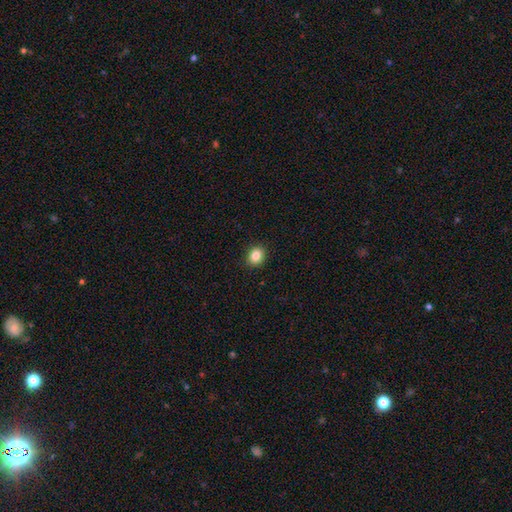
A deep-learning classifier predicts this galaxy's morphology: A smooth galaxy with no disk features (85%) that is round (63%).

Vote fractions:
- Smooth or featured? smooth: 85% / star or artifact: 10% / featured or disk: 5%
- How rounded? round: 63% / in between: 36% / cigar-shaped: 1%
- Merging? none: 90% / minor disturbance: 7% / major disturbance: 2% / merger: 1%